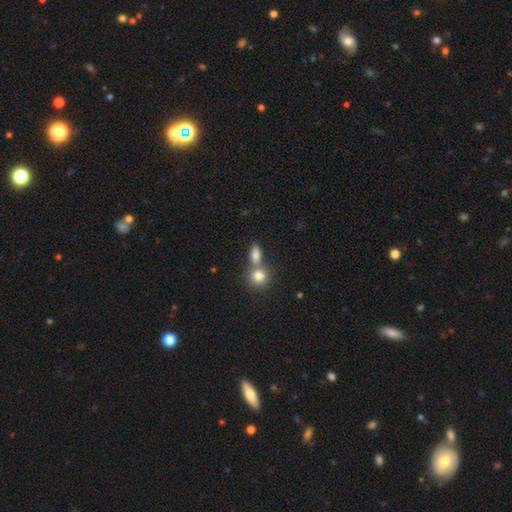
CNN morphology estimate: smooth-or-featured: smooth: 77% | star or artifact: 13% | featured or disk: 10%
  how-rounded: in between: 54% | round: 42% | cigar-shaped: 4%
  merging: merger: 47% | none: 42% | minor disturbance: 8% | major disturbance: 3%